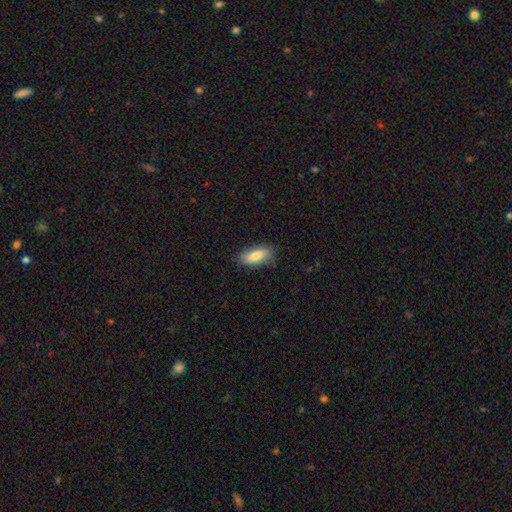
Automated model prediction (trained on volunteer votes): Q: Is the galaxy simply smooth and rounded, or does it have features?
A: smooth — 76%.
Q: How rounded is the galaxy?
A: in between — 80%.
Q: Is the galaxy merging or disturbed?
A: none — 80%.